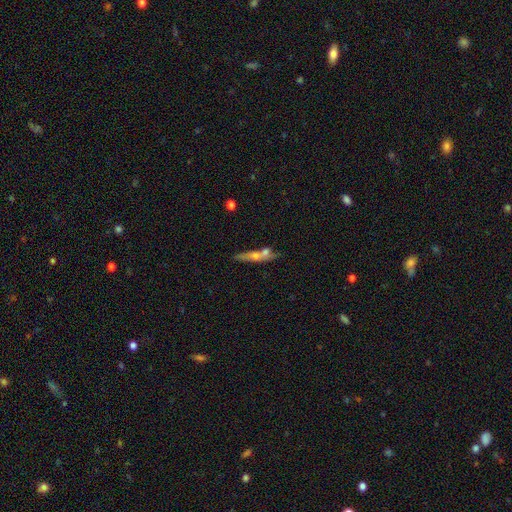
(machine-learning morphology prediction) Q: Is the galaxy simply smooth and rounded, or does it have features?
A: featured or disk — 49%.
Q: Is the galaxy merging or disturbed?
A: none — 58%.